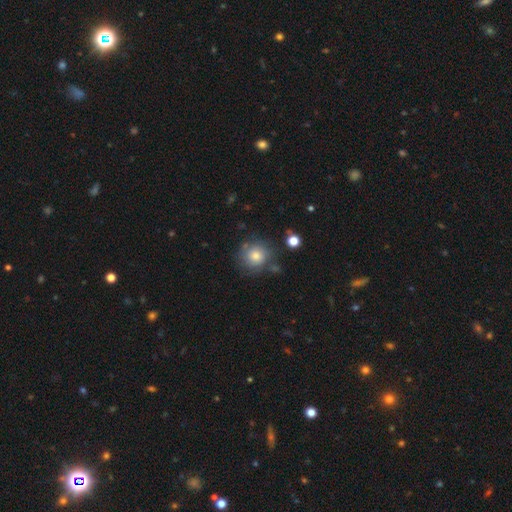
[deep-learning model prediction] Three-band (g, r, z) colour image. It shows a smooth galaxy with no disk features (76%) that is round (91%). Merging: none (74%).